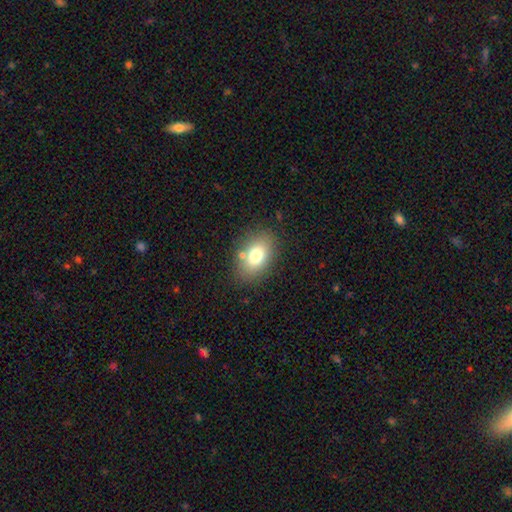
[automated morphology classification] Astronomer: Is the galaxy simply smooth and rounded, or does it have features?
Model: smooth — 76%.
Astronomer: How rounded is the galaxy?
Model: in between — 83%.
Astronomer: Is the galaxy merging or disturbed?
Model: none — 79%.